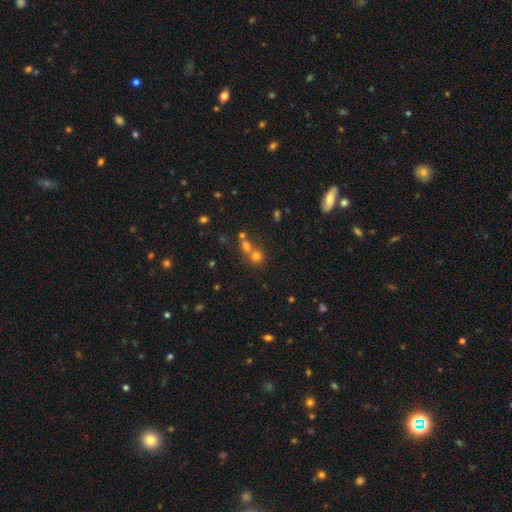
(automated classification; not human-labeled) smooth_or_featured: smooth (p=0.62) [alt: star or artifact p=0.24]
how_rounded: round (p=0.83) [alt: in between p=0.15]
merging: merger (p=0.47) [alt: none p=0.44]